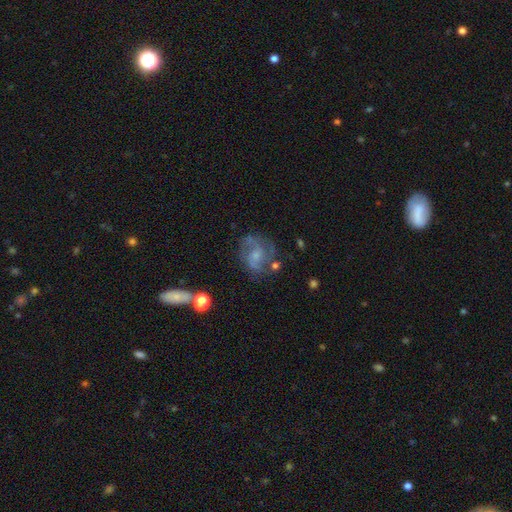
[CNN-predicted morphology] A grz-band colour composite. It shows a featured or disk galaxy (65%) with no bar (60%), 2 (54%) medium (48%) spiral arms (80%) and a small central bulge (46%). Merging: none (61%).